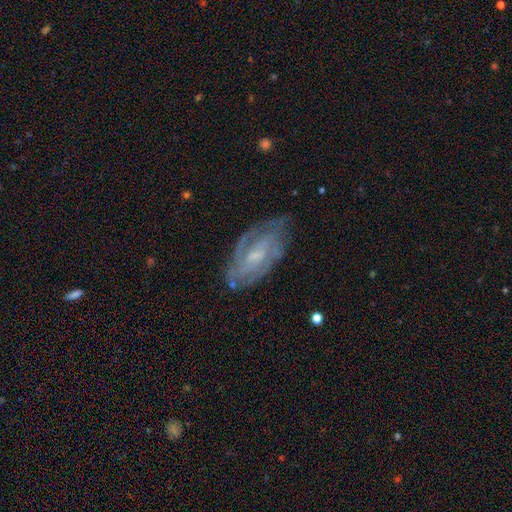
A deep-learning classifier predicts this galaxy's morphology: A featured or disk galaxy (79%) with a weak bar (47%), tight (53%) spiral arms (91%) and a small central bulge (52%).

Vote fractions:
- Smooth or featured? featured or disk: 79% / smooth: 14% / star or artifact: 7%
- Edge-on disk? no: 94% / yes: 6%
- Bar? weak: 47% / no: 43% / strong: 10%
- Spiral arms? yes: 91% / no: 9%
- Spiral winding? tight: 53% / medium: 37% / loose: 10%
- Spiral arm count? can't tell: 35% / 2: 33% / 3: 17% / 4: 6% / 1: 5% / more than 4: 4%
- Bulge size? small: 52% / moderate: 32% / none: 13% / large: 2% / dominant: 1%
- Merging? none: 69% / minor disturbance: 22% / major disturbance: 8% / merger: 2%